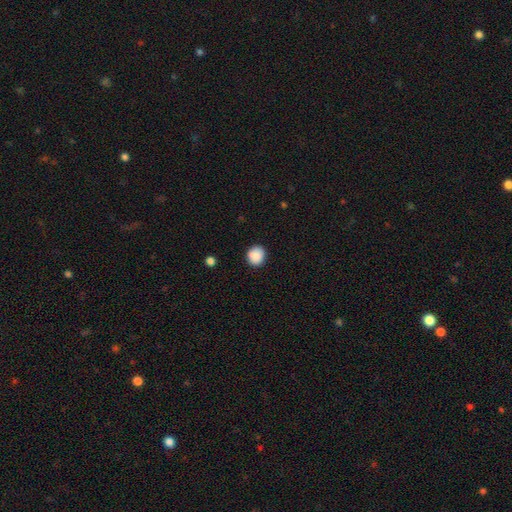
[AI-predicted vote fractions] Smooth or featured: smooth — 89% (star or artifact — 8%)
How rounded: round — 78% (in between — 21%)
Merging: none — 87% (minor disturbance — 9%)